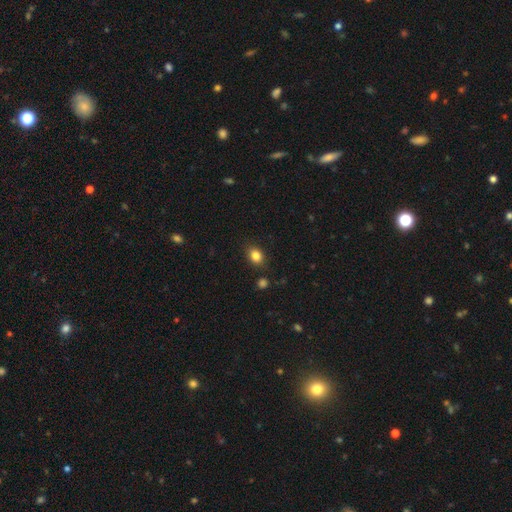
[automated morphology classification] The model was most divided on "how rounded": in between: 62%, round: 37%, cigar-shaped: 1%. More confident: merging — none (84%); smooth or featured — smooth (84%).